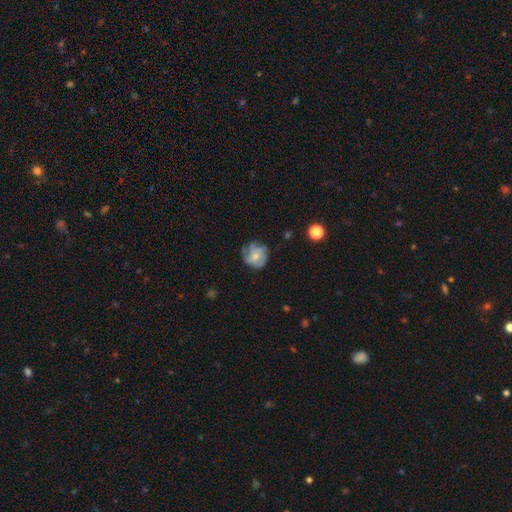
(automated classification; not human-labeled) featured or disk 62%, smooth 30%, star or artifact 9%. Down the decision tree: edge-on disk — no (98%); bar — no (71%); spiral arms — yes (85%); spiral arm count — 3 (30%); spiral winding — tight (43%); bulge size — small (51%); merging — none (66%).